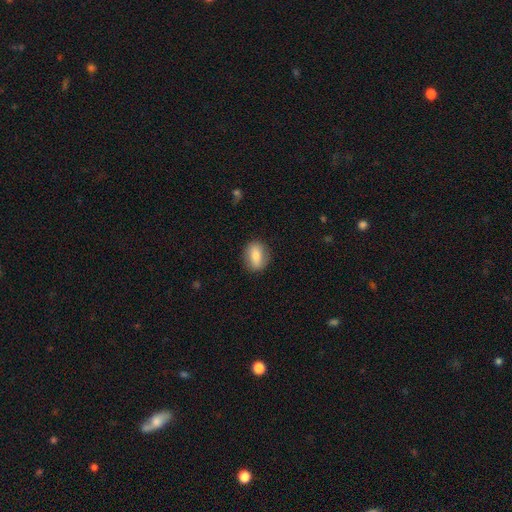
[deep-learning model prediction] Smooth or featured?
  - smooth: 73% *
  - featured or disk: 19%
  - star or artifact: 7%
How rounded?
  - in between: 64% *
  - round: 32%
  - cigar-shaped: 4%
Merging?
  - none: 83% *
  - minor disturbance: 12%
  - major disturbance: 3%
  - merger: 1%